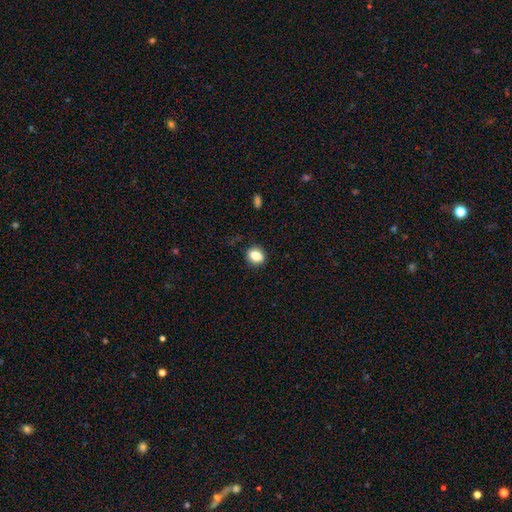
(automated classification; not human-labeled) smooth-or-featured: smooth: 83% | star or artifact: 9% | featured or disk: 8%
  how-rounded: in between: 52% | round: 46% | cigar-shaped: 2%
  merging: none: 86% | minor disturbance: 10% | major disturbance: 3% | merger: 1%